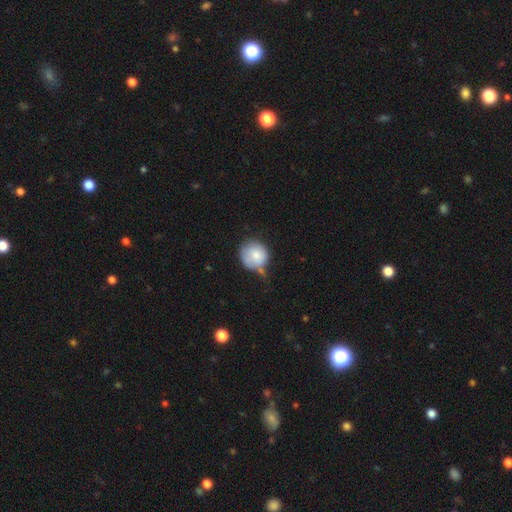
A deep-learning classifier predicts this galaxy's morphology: A smooth galaxy with no disk features (78%) that is round (87%).

Vote fractions:
- Smooth or featured? smooth: 78% / featured or disk: 15% / star or artifact: 7%
- How rounded? round: 87% / in between: 12% / cigar-shaped: 1%
- Merging? none: 40% / minor disturbance: 33% / merger: 13% / major disturbance: 13%